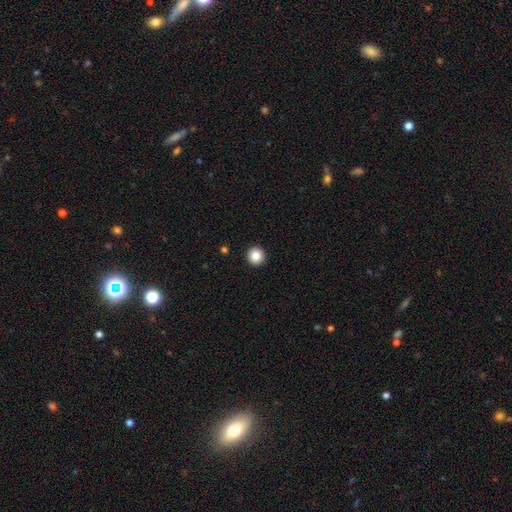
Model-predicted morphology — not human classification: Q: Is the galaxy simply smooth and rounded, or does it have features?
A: smooth — 85%.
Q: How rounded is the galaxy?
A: round — 95%.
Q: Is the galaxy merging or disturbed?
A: none — 94%.